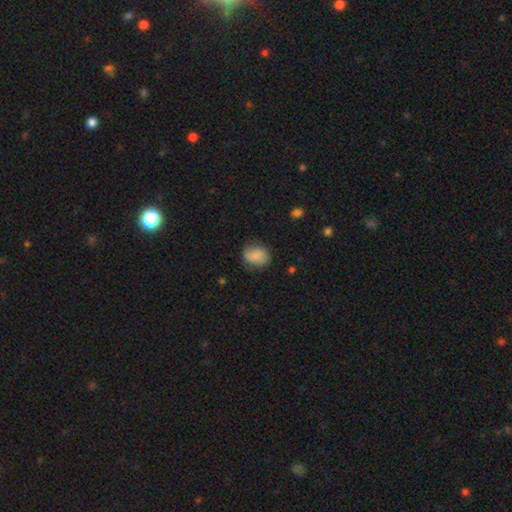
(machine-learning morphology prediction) Smooth or featured?
  - smooth: 71% *
  - featured or disk: 20%
  - star or artifact: 8%
How rounded?
  - in between: 53% *
  - round: 45%
  - cigar-shaped: 1%
Merging?
  - none: 68% *
  - minor disturbance: 23%
  - major disturbance: 7%
  - merger: 2%